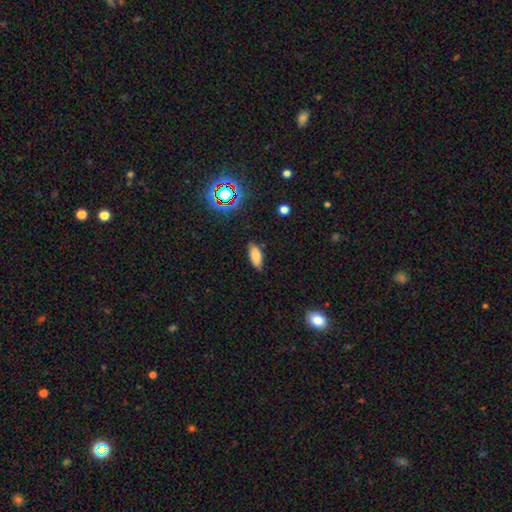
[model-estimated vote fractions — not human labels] This is clearly a smooth galaxy (81%). How rounded: likely in between (76%). Merging: clearly none (81%).